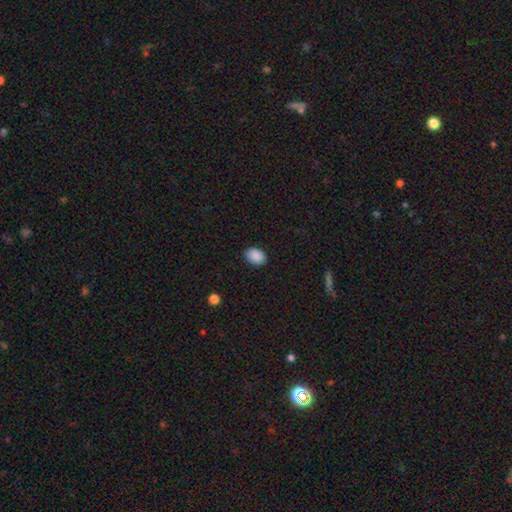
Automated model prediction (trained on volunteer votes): This appears to be a smooth galaxy with no disk features (89%) that is in between round and cigar-shaped (76%). Merging: none (88%).